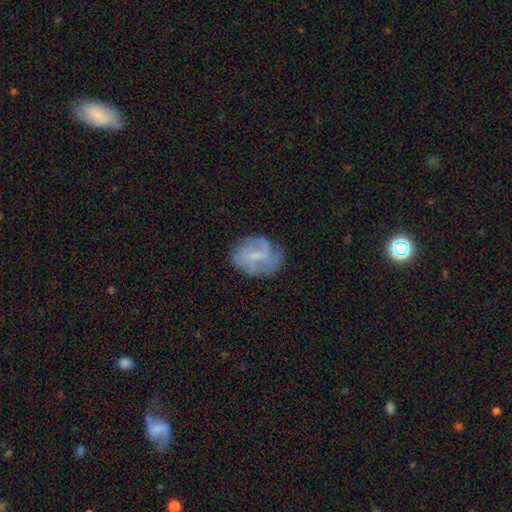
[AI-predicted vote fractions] This is likely a featured or disk galaxy (62%). It is clearly not viewed edge-on (97%). Bar: possibly weak (50%). Spiral arm pattern: likely yes (79%). Central bulge: marginally small (43%). Merging: likely none (61%).